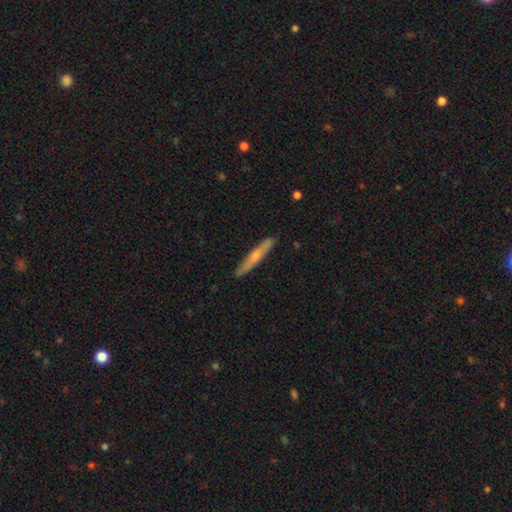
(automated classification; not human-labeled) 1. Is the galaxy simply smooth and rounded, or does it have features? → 53% smooth, 41% featured or disk, 5% star or artifact.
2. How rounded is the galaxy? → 95% cigar-shaped, 4% in between, 1% round.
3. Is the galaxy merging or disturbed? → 88% none, 9% minor disturbance, 2% major disturbance, 1% merger.